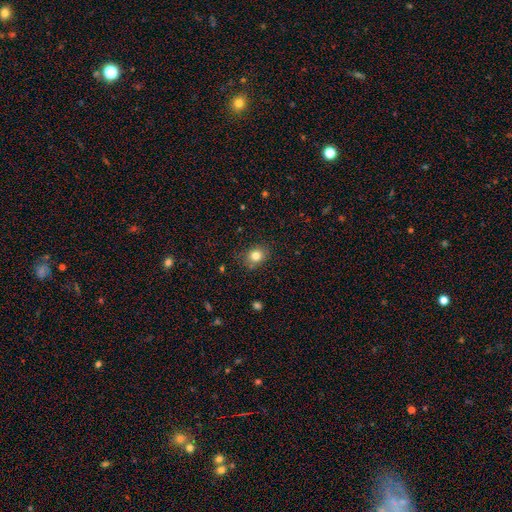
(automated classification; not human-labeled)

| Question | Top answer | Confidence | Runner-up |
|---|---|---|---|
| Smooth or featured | smooth | 81% | star or artifact (11%) |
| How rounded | round | 63% | in between (36%) |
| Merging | none | 82% | minor disturbance (13%) |